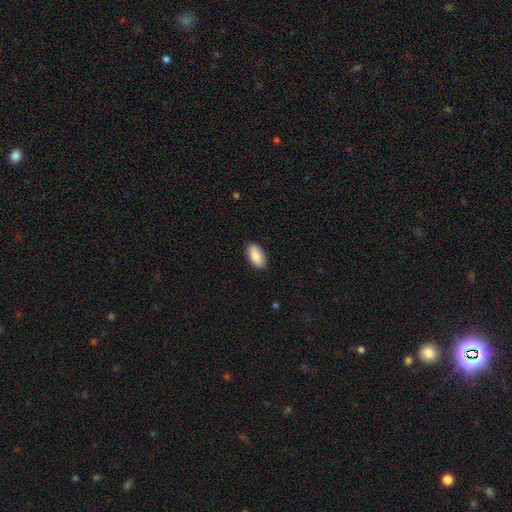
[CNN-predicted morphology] A smooth galaxy with no disk features (88%) that is in between round and cigar-shaped (93%). Merging: none (87%).